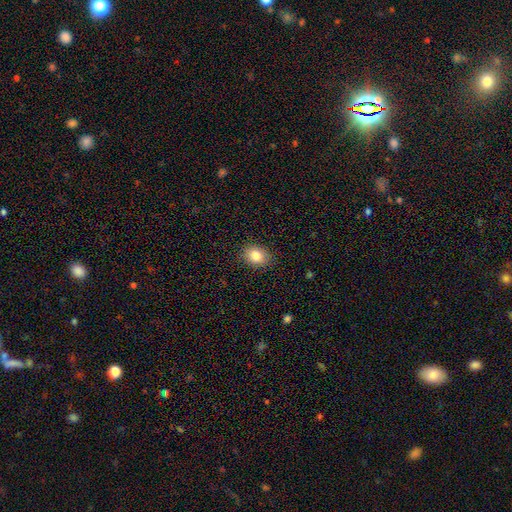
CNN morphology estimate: A smooth galaxy with no disk features (82%) that is in between round and cigar-shaped (60%).

Vote fractions:
- Smooth or featured? smooth: 82% / star or artifact: 10% / featured or disk: 8%
- How rounded? in between: 60% / round: 39% / cigar-shaped: 1%
- Merging? none: 87% / minor disturbance: 9% / major disturbance: 2% / merger: 1%